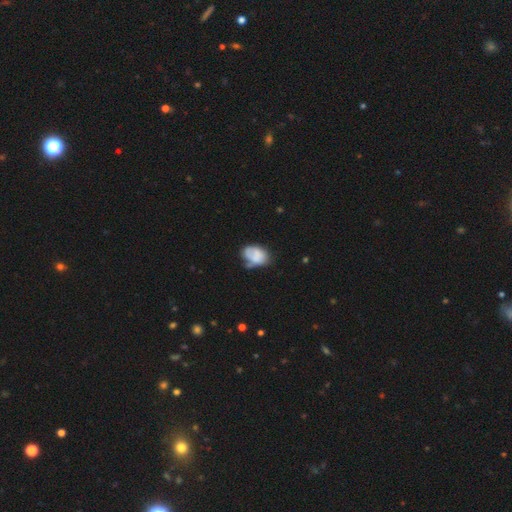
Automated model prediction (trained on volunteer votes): A smooth galaxy with no disk features (64%) that is in between round and cigar-shaped (80%).

Vote fractions:
- Smooth or featured? smooth: 64% / featured or disk: 27% / star or artifact: 8%
- How rounded? in between: 80% / round: 19% / cigar-shaped: 1%
- Merging? none: 39% / minor disturbance: 34% / major disturbance: 16% / merger: 10%